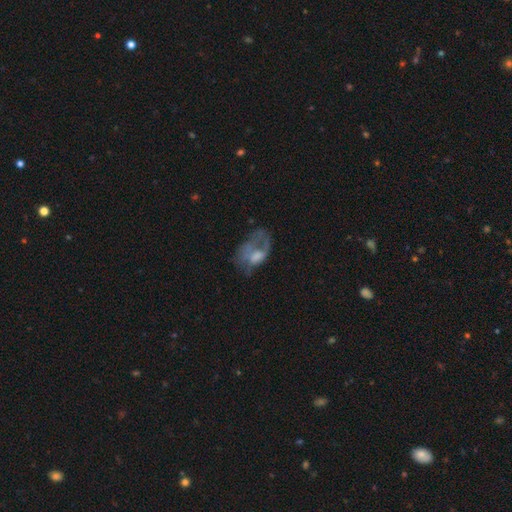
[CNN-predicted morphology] This appears to be a featured or disk galaxy (47%). Merging: major disturbance (46%).